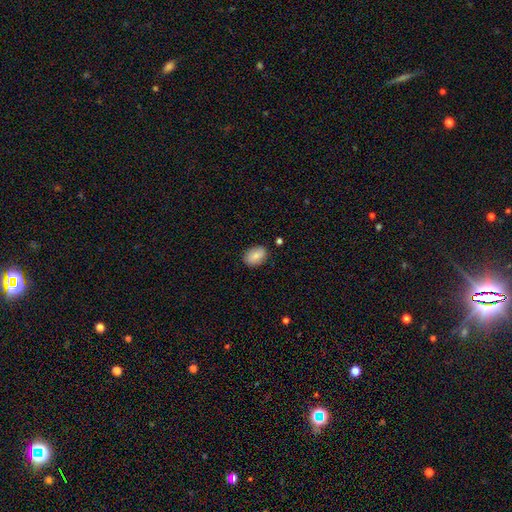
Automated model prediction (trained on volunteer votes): Smooth or featured: smooth — 82% (featured or disk — 11%)
How rounded: in between — 83% (round — 15%)
Merging: none — 84% (minor disturbance — 11%)